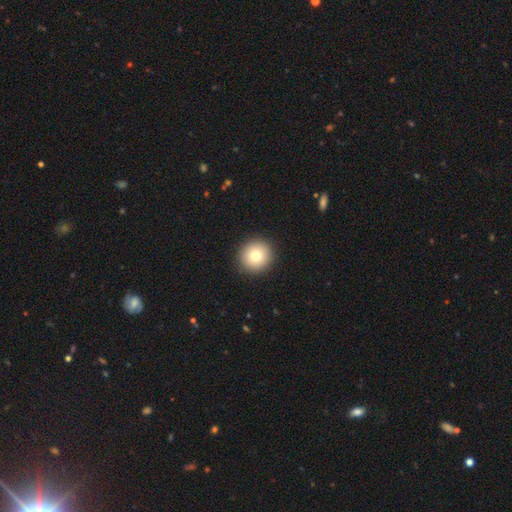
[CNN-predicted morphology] The model was most divided on "smooth or featured": smooth: 78%, featured or disk: 12%, star or artifact: 10%. More confident: how rounded — round (94%); merging — none (92%).